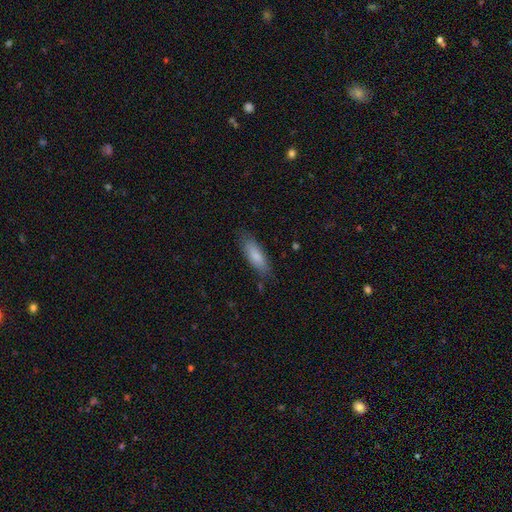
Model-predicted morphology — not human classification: A smooth galaxy with no disk features (80%) that is in between round and cigar-shaped (58%). Merging: none (79%).